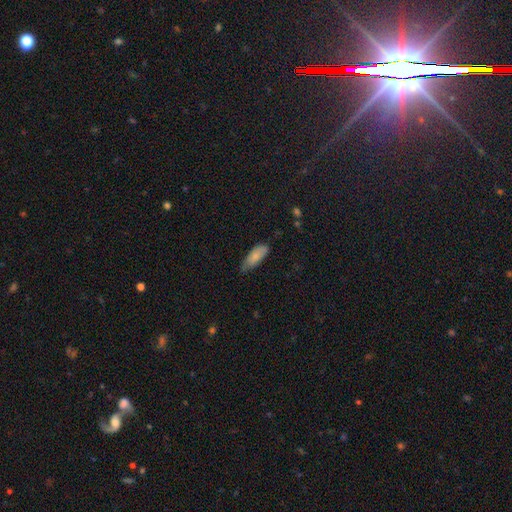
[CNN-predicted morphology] Smooth or featured?
  - smooth: 83% *
  - featured or disk: 11%
  - star or artifact: 6%
How rounded?
  - in between: 71% *
  - cigar-shaped: 28%
  - round: 2%
Merging?
  - none: 57% *
  - minor disturbance: 36%
  - major disturbance: 6%
  - merger: 2%